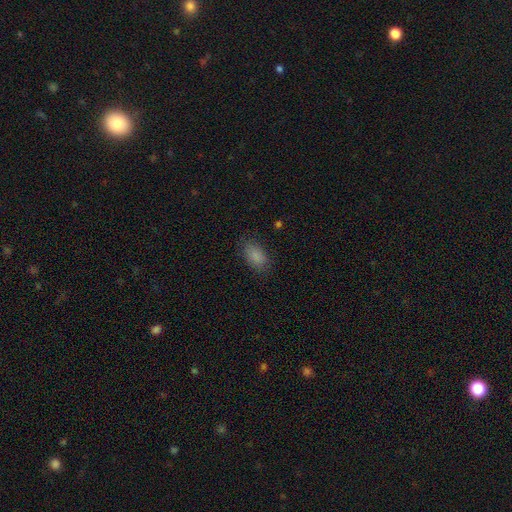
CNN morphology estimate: A smooth galaxy with no disk features (87%) that is in between round and cigar-shaped (92%).

Vote fractions:
- Smooth or featured? smooth: 87% / star or artifact: 9% / featured or disk: 4%
- How rounded? in between: 92% / round: 6% / cigar-shaped: 2%
- Merging? none: 82% / minor disturbance: 13% / major disturbance: 4% / merger: 1%